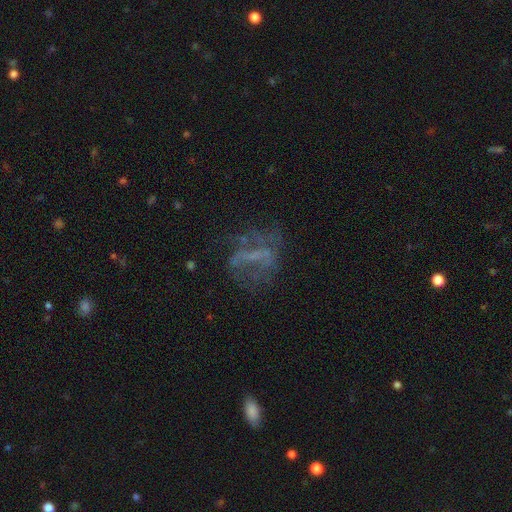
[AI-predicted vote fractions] Smooth or featured? featured or disk (53%)
Edge-on disk? no (93%)
Merging? none (50%)